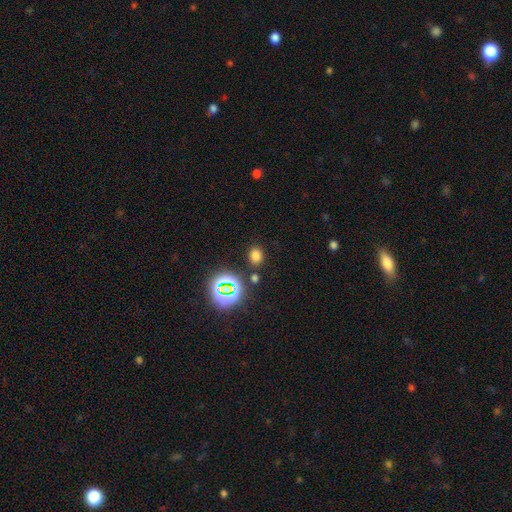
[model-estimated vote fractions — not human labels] Q: Smooth or featured?
A: smooth (70%); runner-up: star or artifact (24%)
Q: How rounded?
A: round (52%); runner-up: in between (47%)
Q: Merging?
A: none (82%); runner-up: minor disturbance (9%)